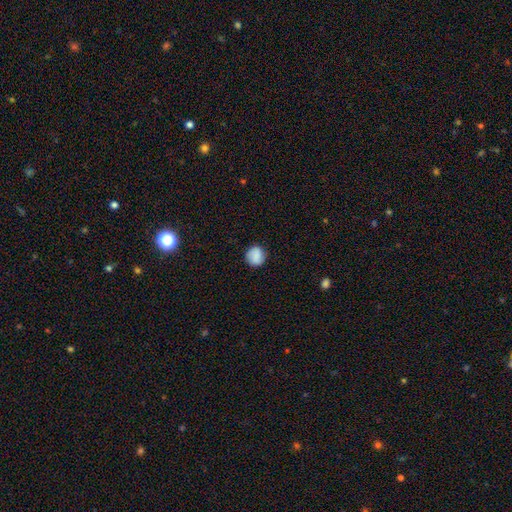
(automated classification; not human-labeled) smooth-or-featured: smooth: 80% | featured or disk: 12% | star or artifact: 8%
  how-rounded: round: 84% | in between: 15% | cigar-shaped: 1%
  merging: none: 85% | minor disturbance: 11% | major disturbance: 3% | merger: 1%